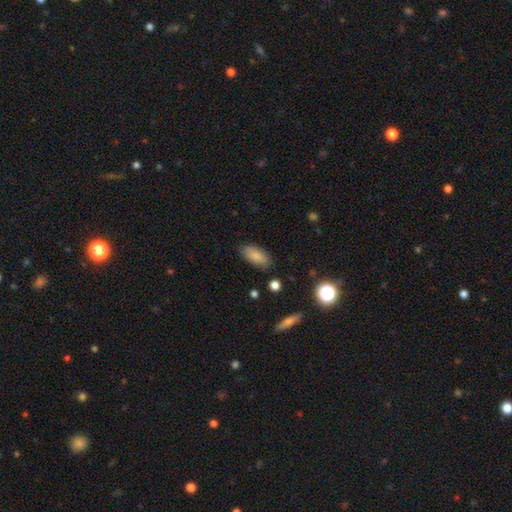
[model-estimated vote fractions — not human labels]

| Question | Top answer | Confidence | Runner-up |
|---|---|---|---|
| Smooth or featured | smooth | 84% | featured or disk (9%) |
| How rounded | in between | 89% | cigar-shaped (8%) |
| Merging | none | 83% | minor disturbance (12%) |